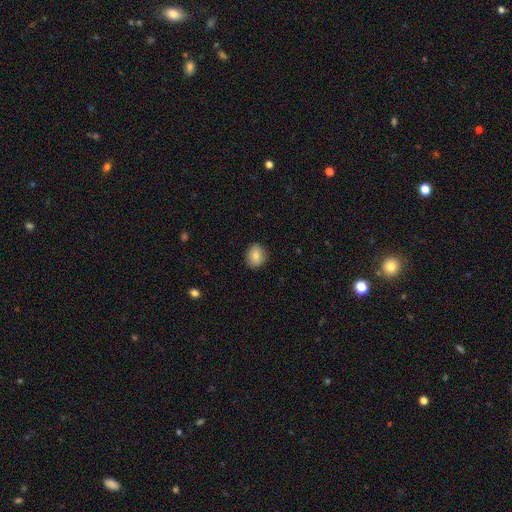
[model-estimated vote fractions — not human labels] Smooth or featured? smooth (80%)
How rounded? round (61%)
Merging? none (85%)